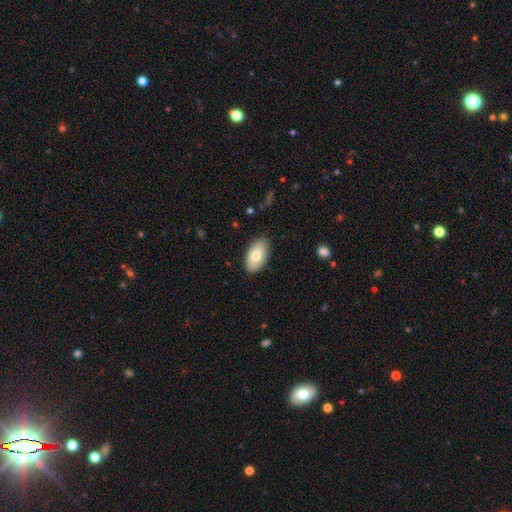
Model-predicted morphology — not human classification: smooth-or-featured: smooth: 80% | featured or disk: 14% | star or artifact: 6%
  how-rounded: in between: 95% | round: 3% | cigar-shaped: 2%
  merging: none: 83% | minor disturbance: 13% | major disturbance: 2% | merger: 1%